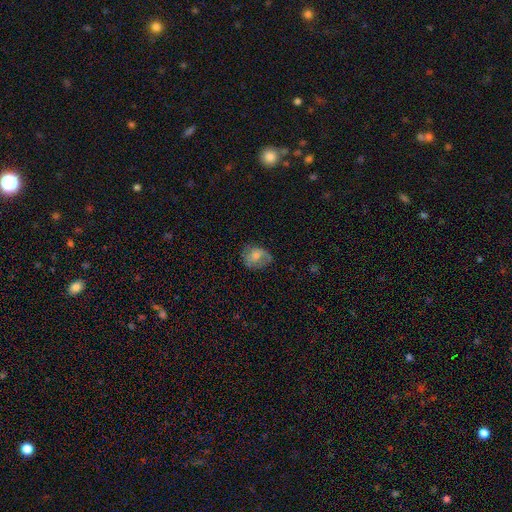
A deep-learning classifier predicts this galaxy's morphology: Overall: smooth (59%; featured or disk 32%). How rounded: round (52%; in between 47%). Merging: none (56%; minor disturbance 28%).